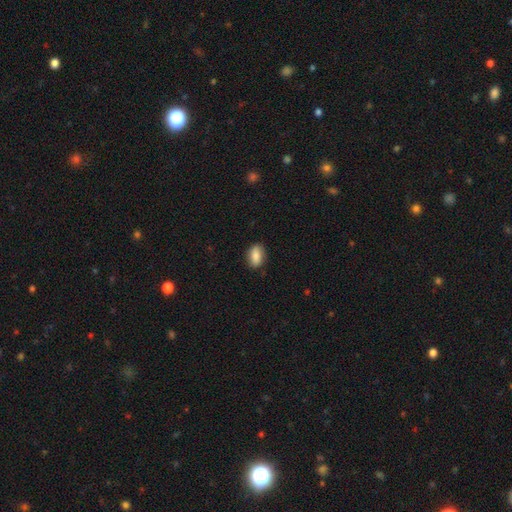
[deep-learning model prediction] The model was most divided on "merging": none: 83%, minor disturbance: 13%, major disturbance: 3%, merger: 1%. More confident: how rounded — in between (85%); smooth or featured — smooth (83%).